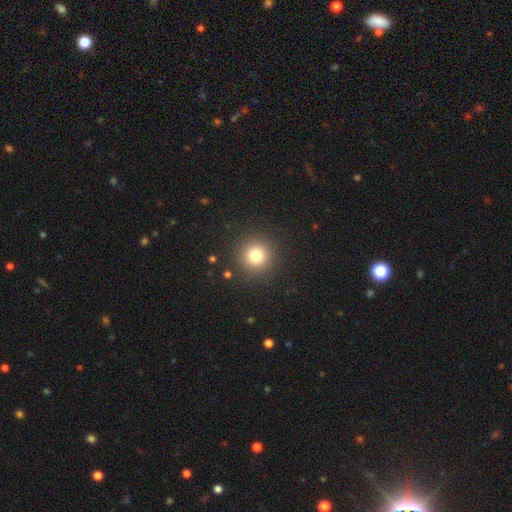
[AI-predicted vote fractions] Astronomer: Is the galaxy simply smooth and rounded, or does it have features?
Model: smooth — 79%.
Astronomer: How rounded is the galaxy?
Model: round — 95%.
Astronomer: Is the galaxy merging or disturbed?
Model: none — 91%.